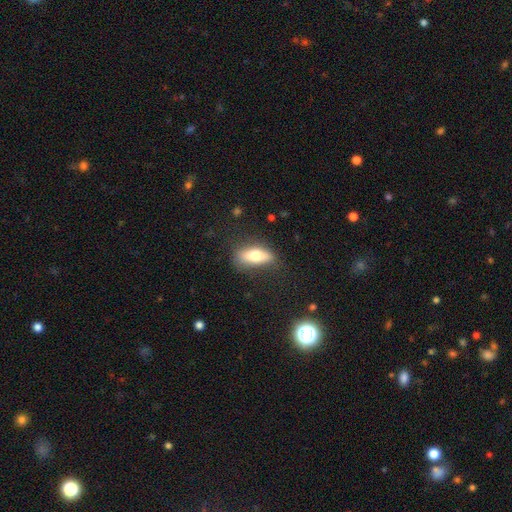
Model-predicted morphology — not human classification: Smooth or featured? smooth (66%)
How rounded? in between (71%)
Merging? none (73%)